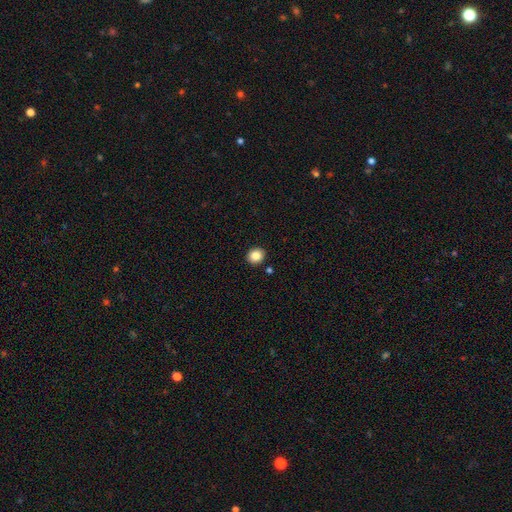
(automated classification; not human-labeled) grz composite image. It shows a smooth galaxy with no disk features (85%) that is round (78%). Merging: none (90%).